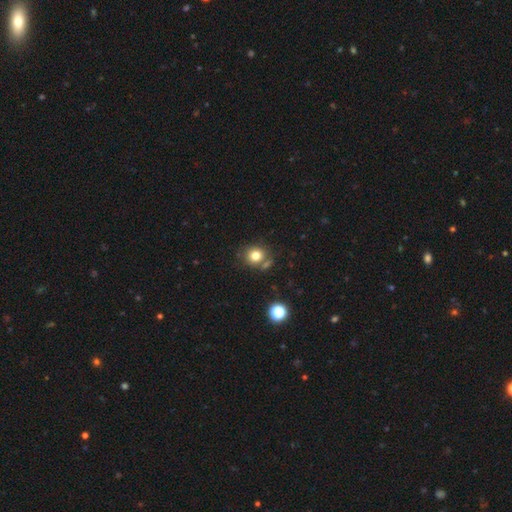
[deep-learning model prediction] Smooth or featured?
  - smooth: 79% *
  - star or artifact: 13%
  - featured or disk: 8%
How rounded?
  - round: 81% *
  - in between: 18%
  - cigar-shaped: 1%
Merging?
  - none: 69% *
  - merger: 15%
  - minor disturbance: 12%
  - major disturbance: 4%